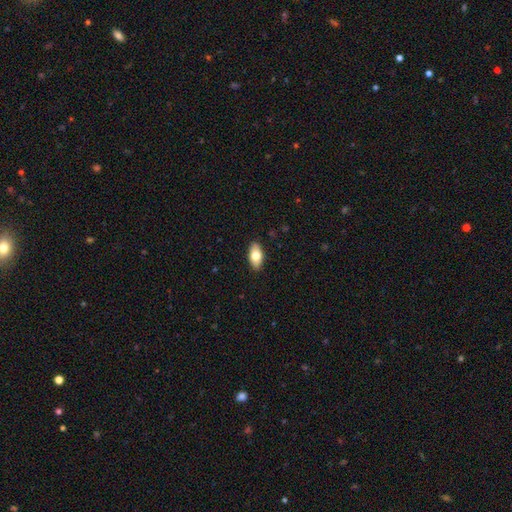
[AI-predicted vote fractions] smooth 74%, featured or disk 20%, star or artifact 6%. Down the decision tree: how rounded — in between (89%); merging — none (90%).